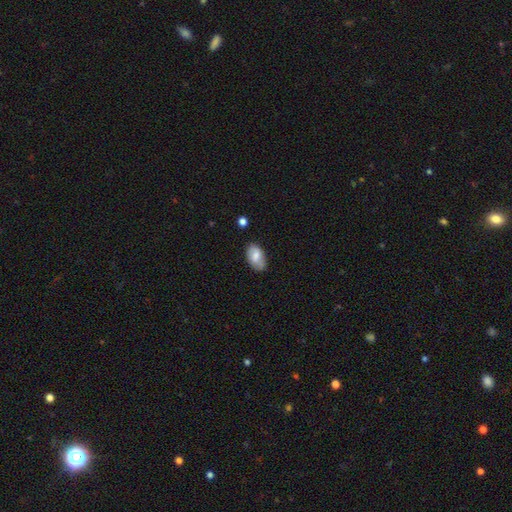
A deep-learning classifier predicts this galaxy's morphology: Q: Smooth or featured?
A: smooth (74%); runner-up: featured or disk (19%)
Q: How rounded?
A: in between (93%); runner-up: round (5%)
Q: Merging?
A: none (72%); runner-up: minor disturbance (21%)